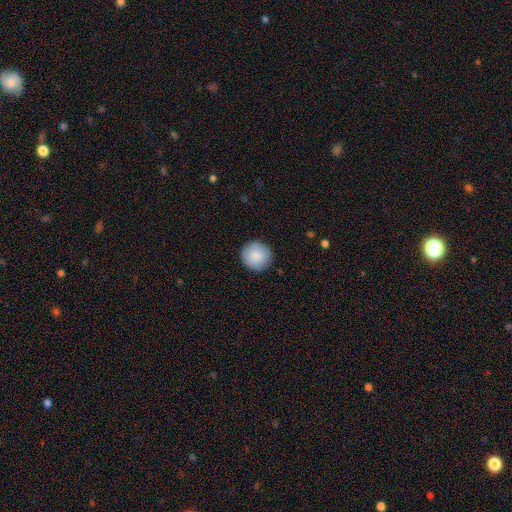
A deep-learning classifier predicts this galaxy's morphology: Overall: smooth (88%). How rounded: round (95%). Merging: none (90%).